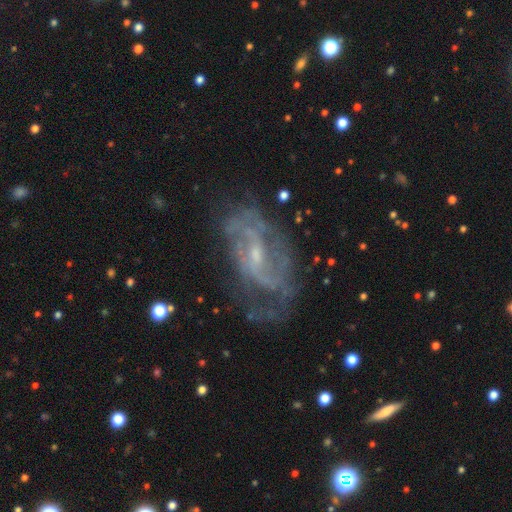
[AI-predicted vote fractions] This appears to be a featured or disk galaxy (81%) with a weak bar (52%), 2 (42%) medium (44%) spiral arms (84%) and a small central bulge (67%). Merging: none (54%).